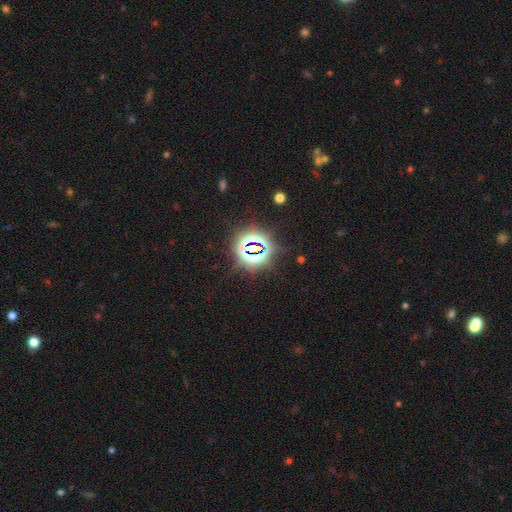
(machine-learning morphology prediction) This appears to be a star or artifact, not a galaxy (79%).